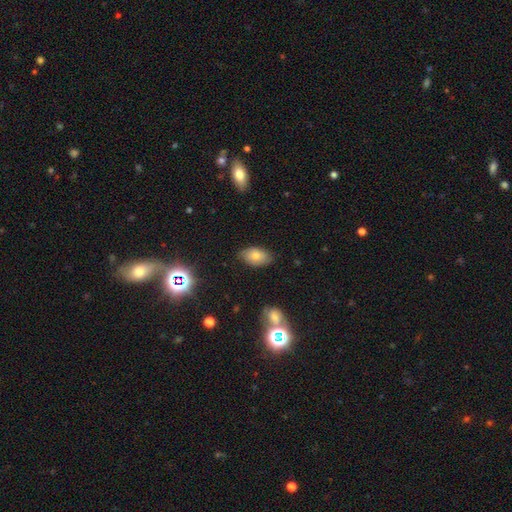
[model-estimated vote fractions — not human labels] smooth 74%, featured or disk 16%, star or artifact 10%. Down the decision tree: how rounded — in between (92%); merging — none (76%).